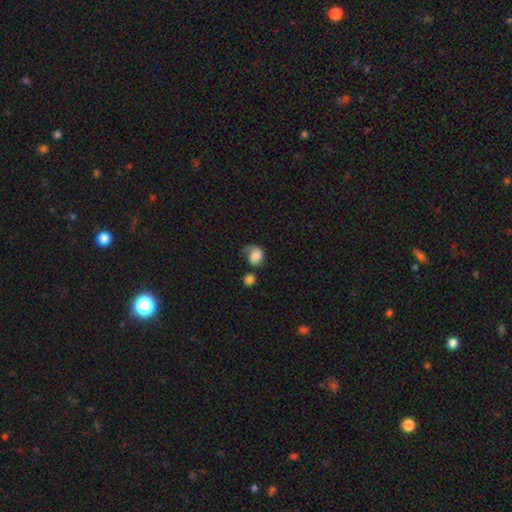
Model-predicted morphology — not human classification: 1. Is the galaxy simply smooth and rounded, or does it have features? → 62% smooth, 29% featured or disk, 8% star or artifact.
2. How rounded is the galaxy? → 57% round, 42% in between, 1% cigar-shaped.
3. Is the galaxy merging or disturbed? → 34% major disturbance, 30% none, 22% minor disturbance, 13% merger.